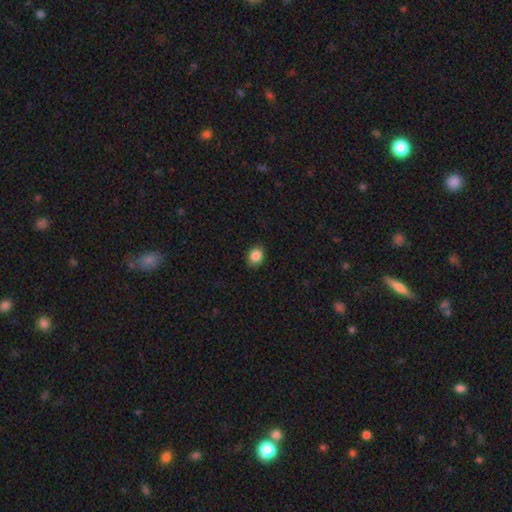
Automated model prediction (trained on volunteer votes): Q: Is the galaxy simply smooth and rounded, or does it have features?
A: smooth — 87%.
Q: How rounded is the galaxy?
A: in between — 54%.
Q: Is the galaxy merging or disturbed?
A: none — 89%.